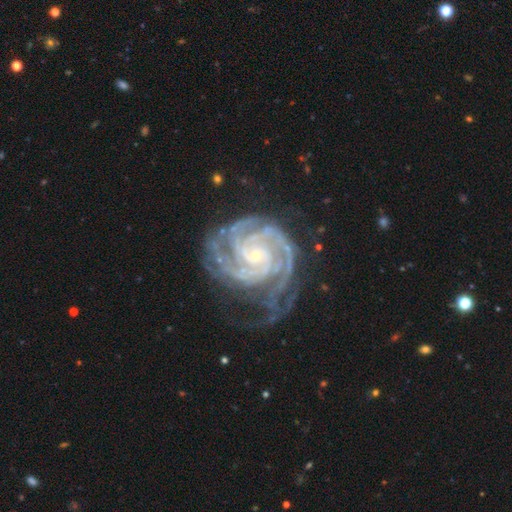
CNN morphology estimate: This appears to be a featured or disk galaxy (93%) with no bar (71%), 3 (28%) tight (73%) spiral arms (99%) and a small central bulge (84%). Merging: none (60%).